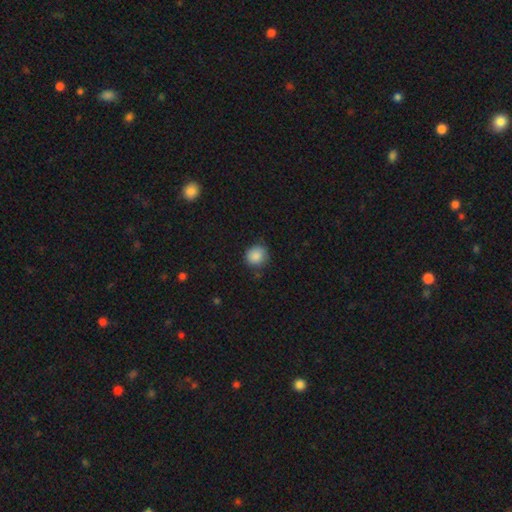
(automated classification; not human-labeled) smooth 87%, star or artifact 9%, featured or disk 4%. Down the decision tree: how rounded — round (85%); merging — none (78%).